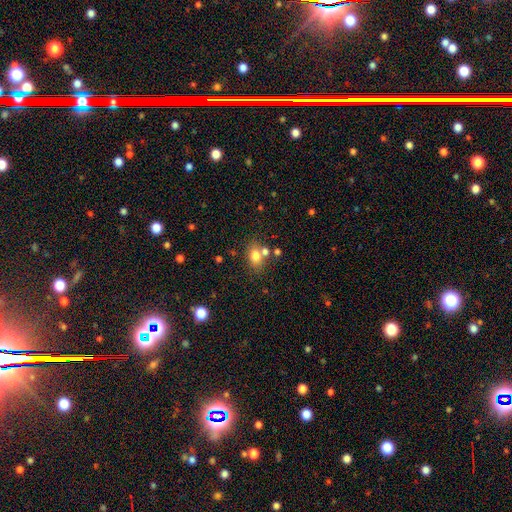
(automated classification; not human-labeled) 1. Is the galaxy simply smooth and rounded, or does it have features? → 77% smooth, 12% star or artifact, 12% featured or disk.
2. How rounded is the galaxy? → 66% in between, 33% round, 1% cigar-shaped.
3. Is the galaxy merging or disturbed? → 62% none, 21% merger, 13% minor disturbance, 4% major disturbance.